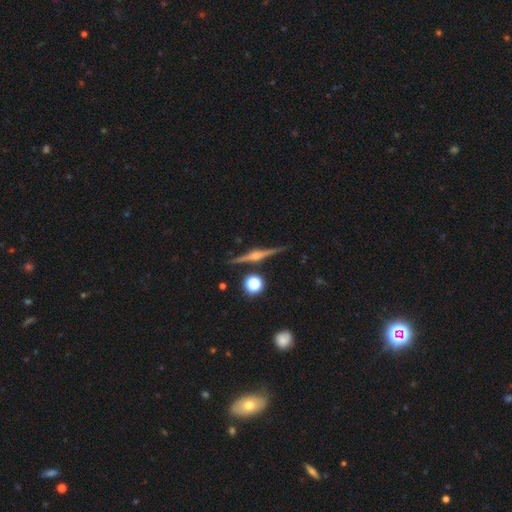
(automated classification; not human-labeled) Smooth or featured? Predicted: featured or disk (p=0.85). Edge-on disk? Predicted: yes (p=0.98). Edge-on bulge? Predicted: rounded (p=0.91). Merging? Predicted: none (p=0.90).